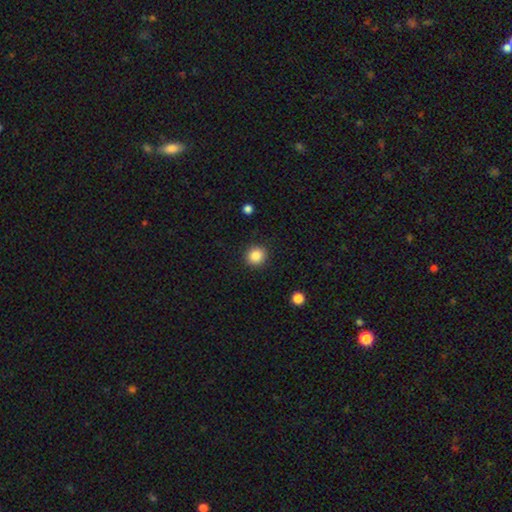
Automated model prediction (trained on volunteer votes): Smooth or featured? smooth (86%)
How rounded? round (90%)
Merging? none (91%)